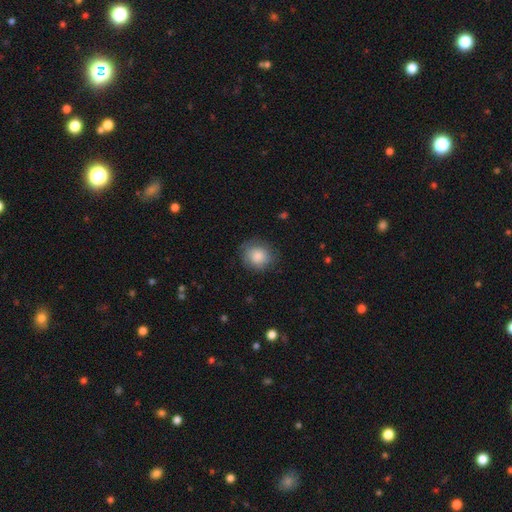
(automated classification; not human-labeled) This is clearly a smooth galaxy (82%). How rounded: clearly round (84%). Merging: likely none (76%).